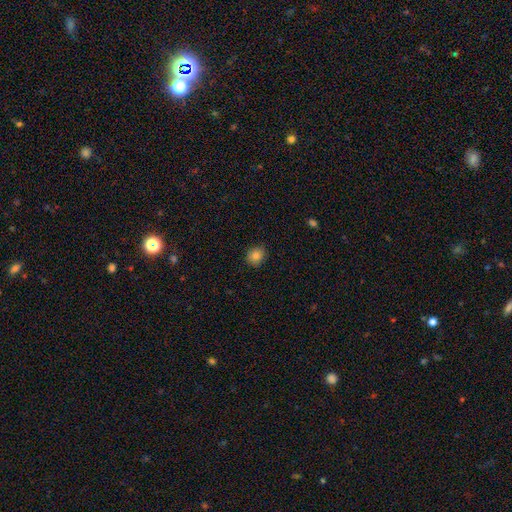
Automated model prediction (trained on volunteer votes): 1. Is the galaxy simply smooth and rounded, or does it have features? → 83% smooth, 10% star or artifact, 7% featured or disk.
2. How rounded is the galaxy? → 75% round, 24% in between, 1% cigar-shaped.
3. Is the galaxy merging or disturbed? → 88% none, 9% minor disturbance, 2% major disturbance, 1% merger.